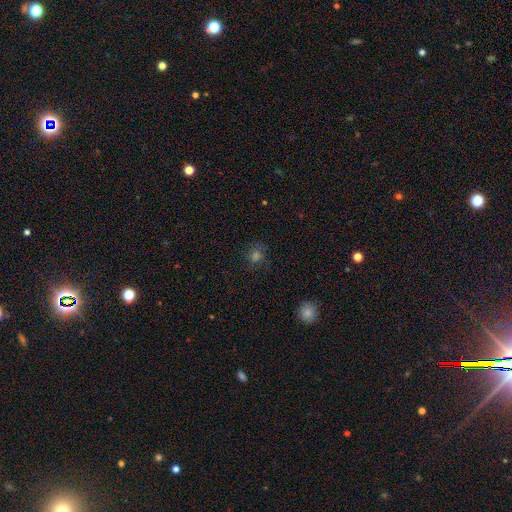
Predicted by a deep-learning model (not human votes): The model was most divided on "smooth or featured": smooth: 58%, star or artifact: 30%, featured or disk: 12%. More confident: how rounded — round (80%); merging — none (78%).